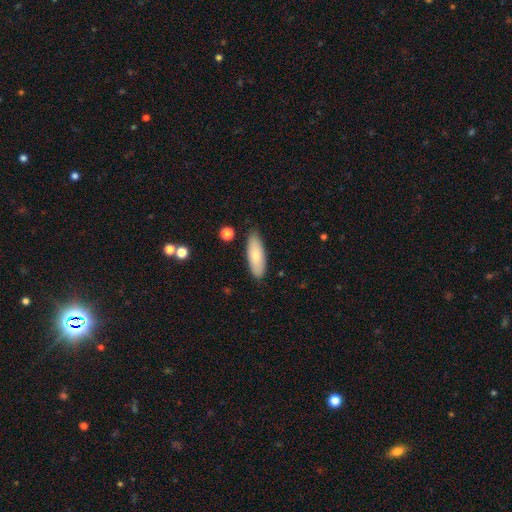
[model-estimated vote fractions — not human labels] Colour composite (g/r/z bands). It shows a smooth galaxy with no disk features (79%) that is in between round and cigar-shaped (64%). Merging: none (84%).